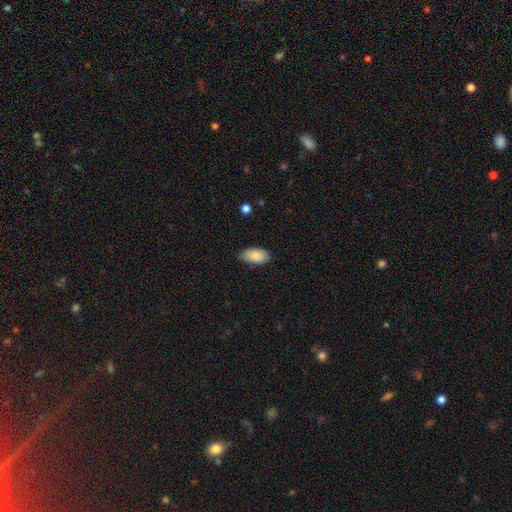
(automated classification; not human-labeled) Smooth or featured: smooth — 84% (featured or disk — 10%)
How rounded: in between — 94% (round — 3%)
Merging: none — 74% (minor disturbance — 22%)